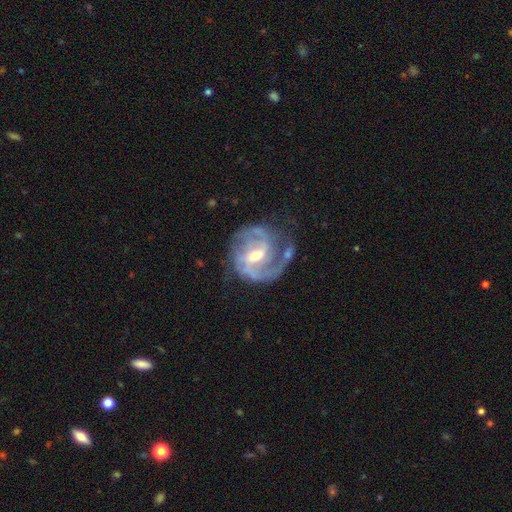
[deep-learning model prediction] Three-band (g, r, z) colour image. It shows a featured or disk galaxy (89%) with a weak bar (56%), 2 (57%) medium (46%) spiral arms (95%) and a moderate central bulge (59%). Merging: none (57%).